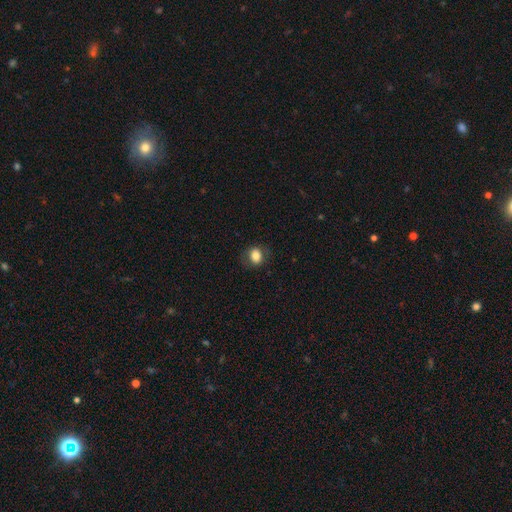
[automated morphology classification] smooth_or_featured: smooth (p=0.80) [alt: featured or disk p=0.11]
how_rounded: in between (p=0.51) [alt: round p=0.48]
merging: none (p=0.78) [alt: minor disturbance p=0.15]